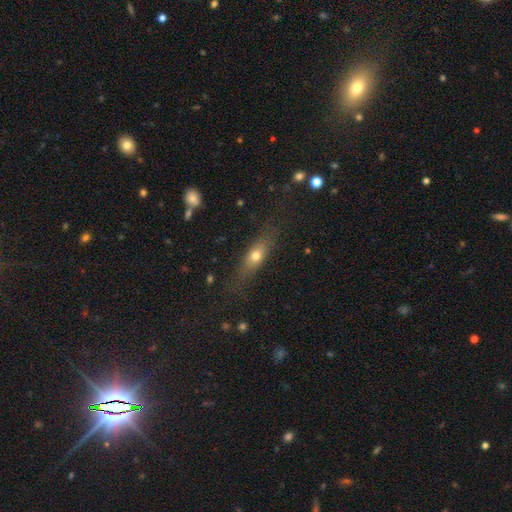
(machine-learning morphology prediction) Smooth or featured? smooth (62%)
How rounded? in between (47%)
Merging? none (75%)